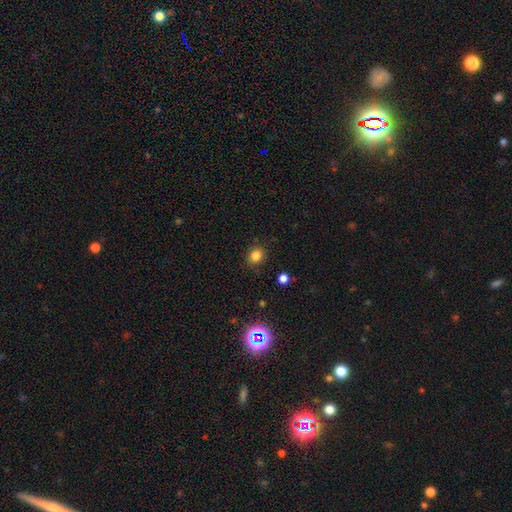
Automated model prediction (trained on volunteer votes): smooth-or-featured: smooth: 82% | star or artifact: 13% | featured or disk: 5%
  how-rounded: round: 76% | in between: 23% | cigar-shaped: 1%
  merging: none: 87% | minor disturbance: 9% | major disturbance: 3% | merger: 2%